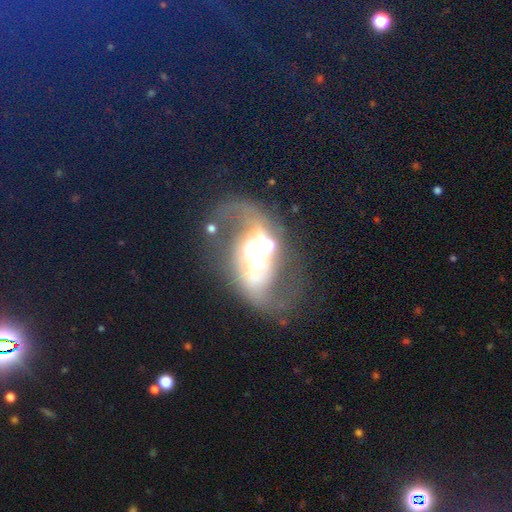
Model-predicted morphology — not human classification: Smooth or featured?
  - featured or disk: 79% *
  - smooth: 13%
  - star or artifact: 9%
Edge-on disk?
  - no: 95% *
  - yes: 5%
Bar?
  - no: 43% *
  - strong: 30%
  - weak: 28%
Spiral arms?
  - yes: 81% *
  - no: 19%
Spiral winding?
  - loose: 52% *
  - medium: 38%
  - tight: 11%
Spiral arm count?
  - 2: 85% *
  - can't tell: 6%
  - 1: 5%
  - 3: 1%
  - 4: 1%
  - more than 4: 1%
Bulge size?
  - moderate: 50% *
  - large: 28%
  - small: 11%
  - dominant: 8%
  - none: 2%
Merging?
  - none: 46% *
  - major disturbance: 22%
  - merger: 17%
  - minor disturbance: 15%